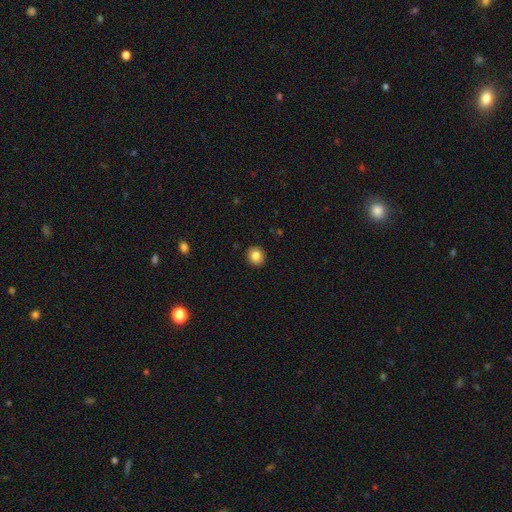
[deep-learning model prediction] Morphology: type=smooth (84%); roundness=round (82%); merging=none (92%).